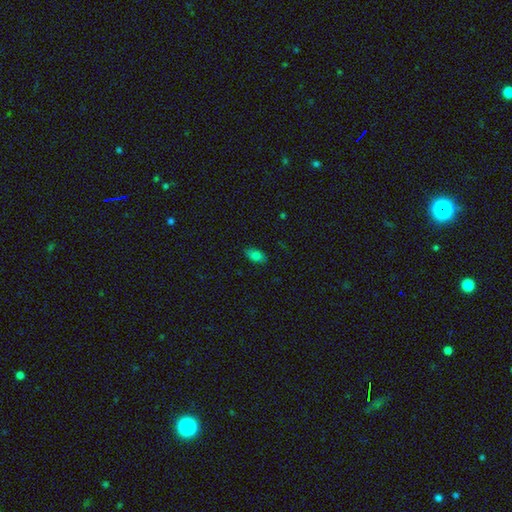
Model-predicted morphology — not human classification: smooth-or-featured: smooth: 79% | star or artifact: 11% | featured or disk: 9%
  how-rounded: in between: 90% | round: 7% | cigar-shaped: 3%
  merging: none: 85% | minor disturbance: 12% | major disturbance: 2% | merger: 1%